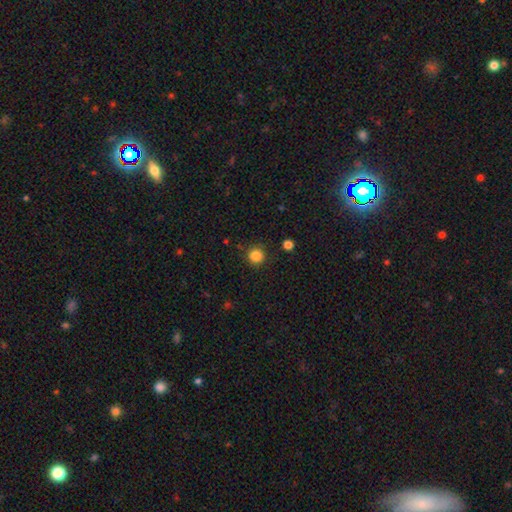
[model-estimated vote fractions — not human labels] Smooth or featured? smooth (84%)
How rounded? round (94%)
Merging? none (88%)